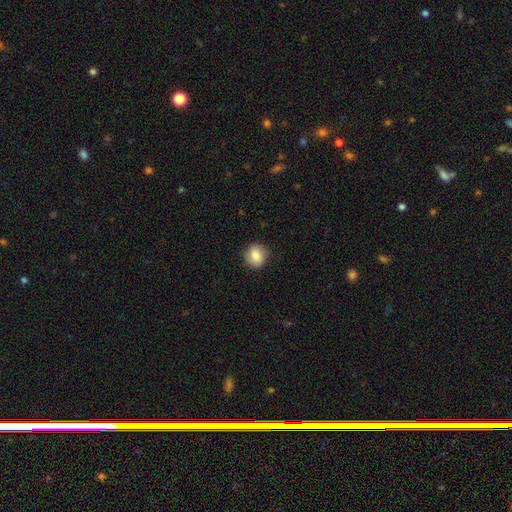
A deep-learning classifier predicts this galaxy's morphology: A smooth galaxy with no disk features (85%) that is round (80%).

Vote fractions:
- Smooth or featured? smooth: 85% / star or artifact: 8% / featured or disk: 7%
- How rounded? round: 80% / in between: 19% / cigar-shaped: 1%
- Merging? none: 86% / minor disturbance: 10% / major disturbance: 3% / merger: 1%